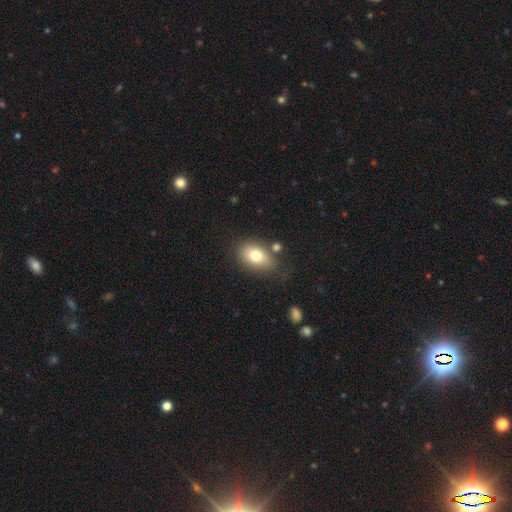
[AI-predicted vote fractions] Q: Smooth or featured?
A: smooth (75%); runner-up: featured or disk (15%)
Q: How rounded?
A: in between (79%); runner-up: round (20%)
Q: Merging?
A: none (68%); runner-up: minor disturbance (18%)